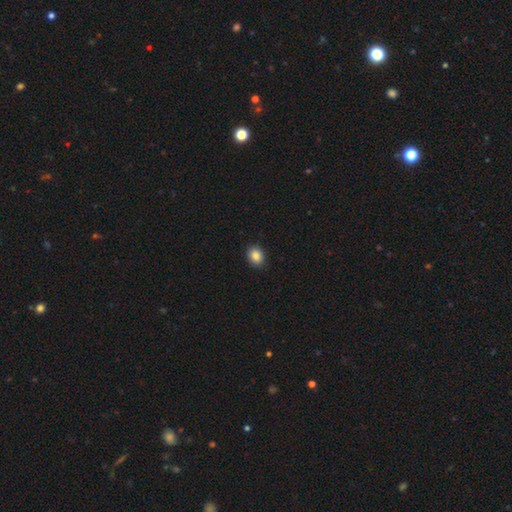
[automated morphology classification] smooth-or-featured: smooth: 87% | star or artifact: 9% | featured or disk: 5%
  how-rounded: in between: 50% | round: 49% | cigar-shaped: 1%
  merging: none: 90% | minor disturbance: 7% | major disturbance: 2% | merger: 1%